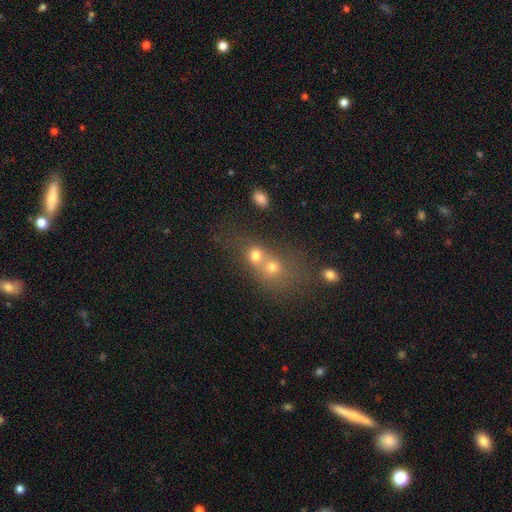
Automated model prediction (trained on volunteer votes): Q: Smooth or featured?
A: smooth (70%); runner-up: star or artifact (16%)
Q: How rounded?
A: round (72%); runner-up: in between (26%)
Q: Merging?
A: merger (59%); runner-up: none (30%)